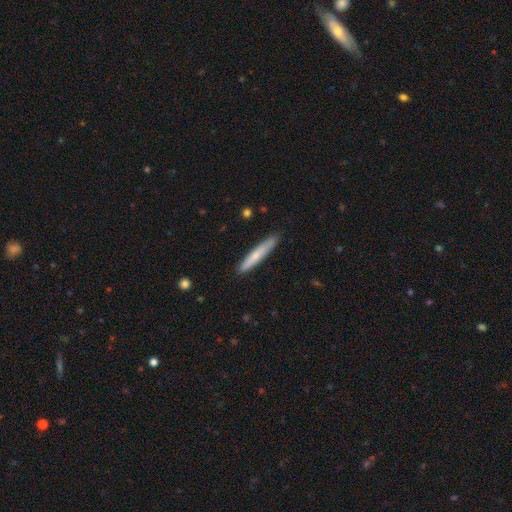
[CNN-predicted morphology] A smooth galaxy with no disk features (68%) that is cigar-shaped (95%).

Vote fractions:
- Smooth or featured? smooth: 68% / featured or disk: 26% / star or artifact: 5%
- How rounded? cigar-shaped: 95% / in between: 4% / round: 1%
- Merging? none: 88% / minor disturbance: 9% / major disturbance: 1% / merger: 1%